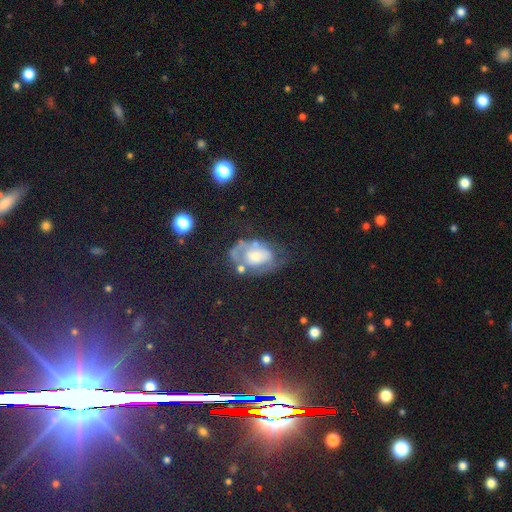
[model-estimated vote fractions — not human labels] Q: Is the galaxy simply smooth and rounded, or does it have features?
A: featured or disk — 58%.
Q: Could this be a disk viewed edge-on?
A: no — 96%.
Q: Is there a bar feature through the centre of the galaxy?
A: no — 77%.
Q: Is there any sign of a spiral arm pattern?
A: yes — 57%.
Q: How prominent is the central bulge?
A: moderate — 40%.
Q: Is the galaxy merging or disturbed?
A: none — 37%.